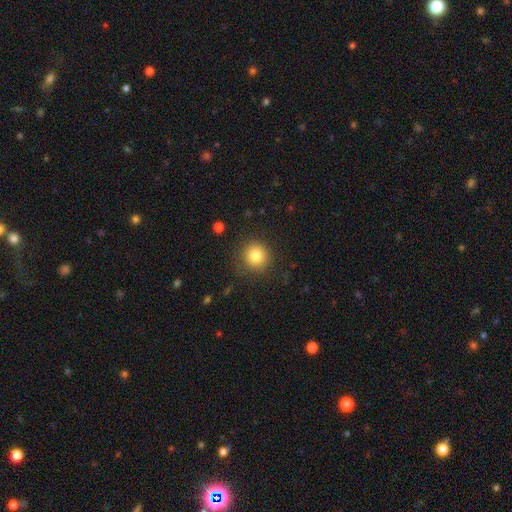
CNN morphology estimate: Smooth or featured? Predicted: smooth (p=0.81). How rounded? Predicted: round (p=0.92). Merging? Predicted: none (p=0.85).